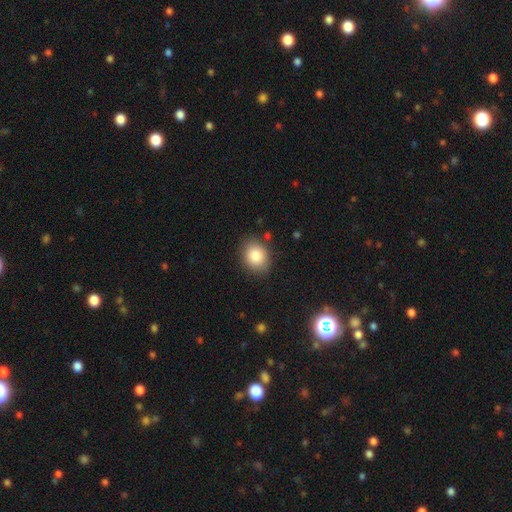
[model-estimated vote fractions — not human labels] Smooth or featured? smooth (84%)
How rounded? round (50%)
Merging? none (84%)